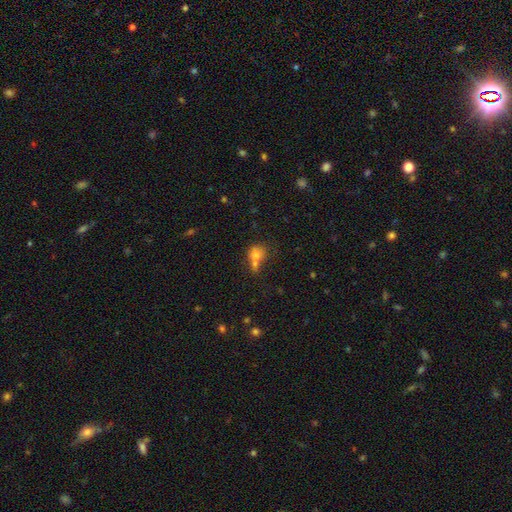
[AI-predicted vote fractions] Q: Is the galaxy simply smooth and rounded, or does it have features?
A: smooth — 71%.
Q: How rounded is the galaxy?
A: round — 67%.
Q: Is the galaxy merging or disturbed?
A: merger — 48%.